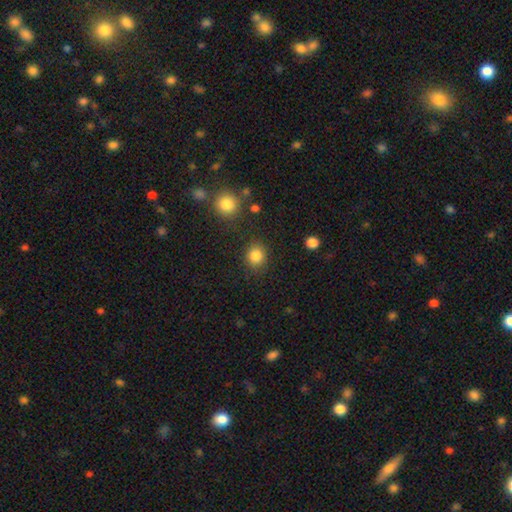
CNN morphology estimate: A smooth galaxy with no disk features (85%) that is round (80%). Merging: none (85%).